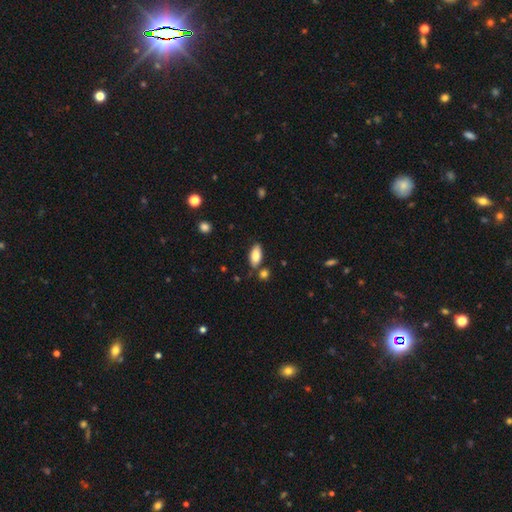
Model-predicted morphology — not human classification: Smooth or featured? Predicted: smooth (p=0.84). How rounded? Predicted: in between (p=0.89). Merging? Predicted: none (p=0.76).